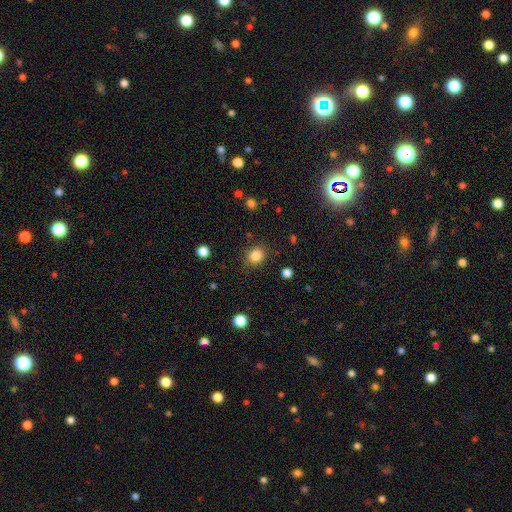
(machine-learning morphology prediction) A smooth galaxy with no disk features (84%) that is round (75%).

Vote fractions:
- Smooth or featured? smooth: 84% / star or artifact: 11% / featured or disk: 5%
- How rounded? round: 75% / in between: 24% / cigar-shaped: 1%
- Merging? none: 86% / minor disturbance: 9% / major disturbance: 3% / merger: 2%